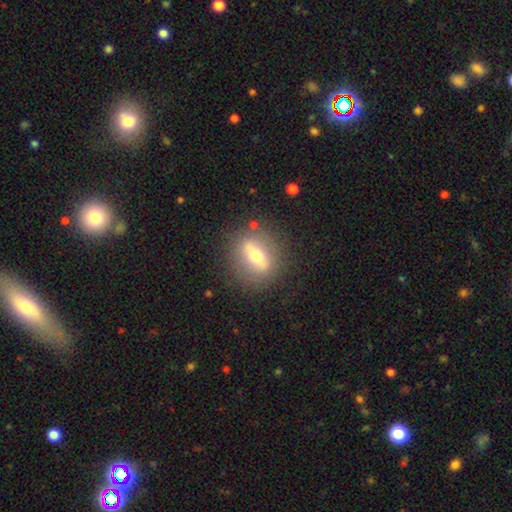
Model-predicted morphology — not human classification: smooth-or-featured: featured or disk: 53% | smooth: 38% | star or artifact: 9%
  disk-edge-on: yes: 50% (tied) | no: 50% (tied)
  merging: none: 84% | minor disturbance: 10% | major disturbance: 4% | merger: 2%